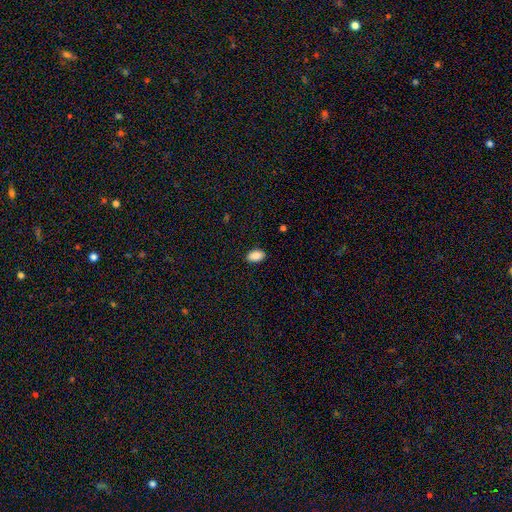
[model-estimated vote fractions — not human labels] smooth-or-featured: smooth: 89% | star or artifact: 8% | featured or disk: 4%
  how-rounded: in between: 92% | round: 6% | cigar-shaped: 2%
  merging: none: 88% | minor disturbance: 9% | major disturbance: 2% | merger: 1%